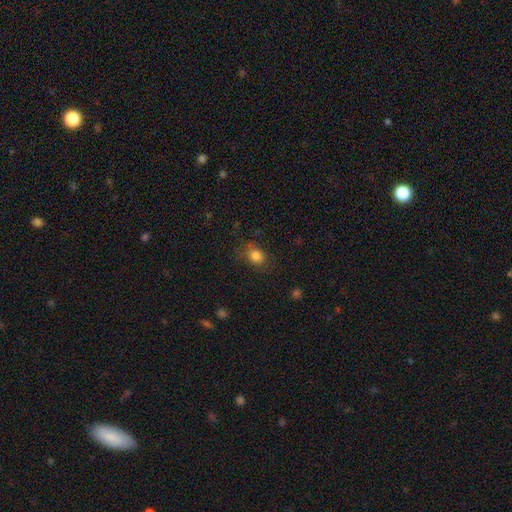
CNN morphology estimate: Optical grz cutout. It shows a smooth galaxy with no disk features (82%) that is round (53%). Merging: none (75%).